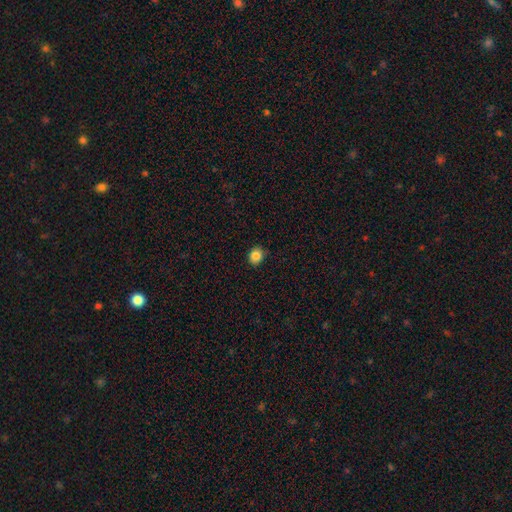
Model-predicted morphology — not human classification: Overall: smooth (85%). How rounded: round (72%). Merging: none (88%).